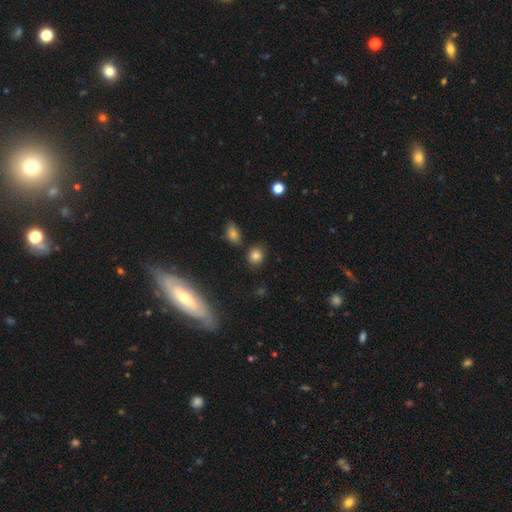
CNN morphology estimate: This appears to be a smooth galaxy with no disk features (79%) that is round (76%). Merging: none (82%).